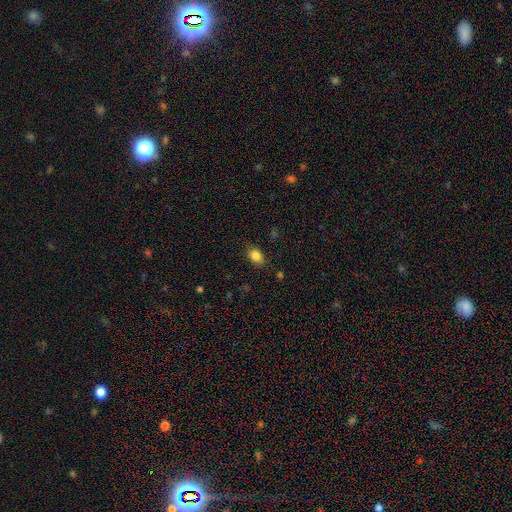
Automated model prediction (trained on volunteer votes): Overall: smooth (84%). How rounded: in between (72%). Merging: none (83%).